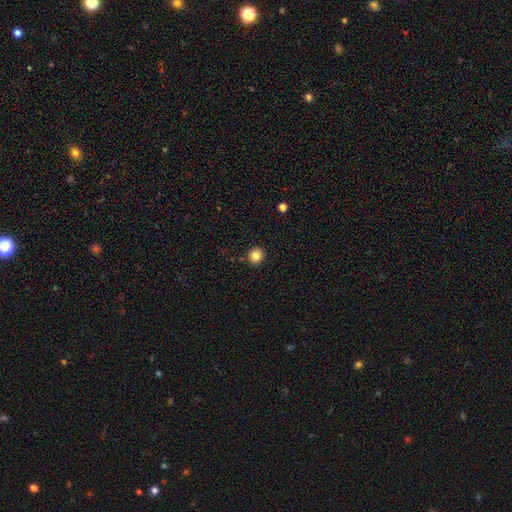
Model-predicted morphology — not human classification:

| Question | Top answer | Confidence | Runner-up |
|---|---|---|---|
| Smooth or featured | smooth | 84% | star or artifact (11%) |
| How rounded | round | 92% | in between (7%) |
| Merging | none | 90% | minor disturbance (6%) |